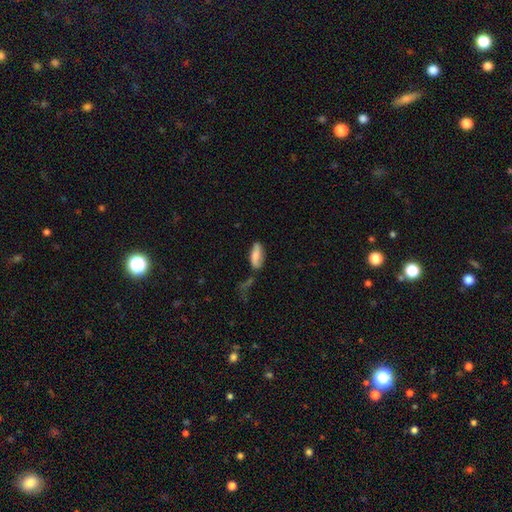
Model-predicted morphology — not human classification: Smooth or featured? Predicted: smooth (p=0.71). How rounded? Predicted: in between (p=0.77). Merging? Predicted: none (p=0.62).